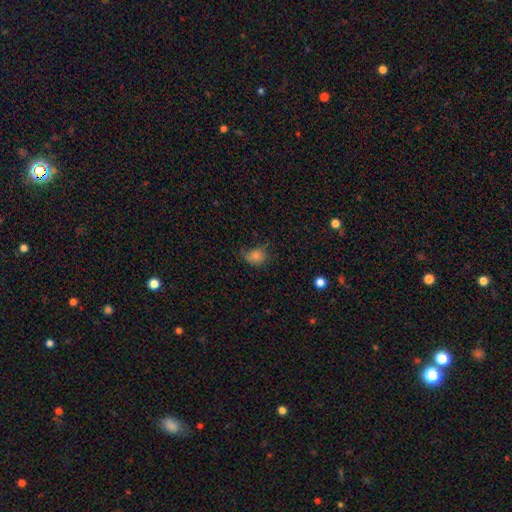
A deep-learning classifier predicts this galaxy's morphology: Q: Smooth or featured?
A: smooth (75%); runner-up: star or artifact (15%)
Q: How rounded?
A: round (54%); runner-up: in between (44%)
Q: Merging?
A: none (57%); runner-up: minor disturbance (29%)